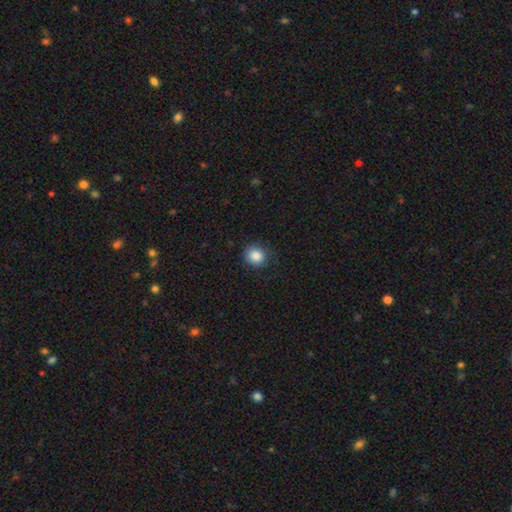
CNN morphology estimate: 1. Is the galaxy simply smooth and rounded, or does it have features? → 87% smooth, 9% star or artifact, 4% featured or disk.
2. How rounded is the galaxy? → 84% round, 15% in between, 1% cigar-shaped.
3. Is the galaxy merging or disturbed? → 81% none, 14% minor disturbance, 4% major disturbance, 1% merger.